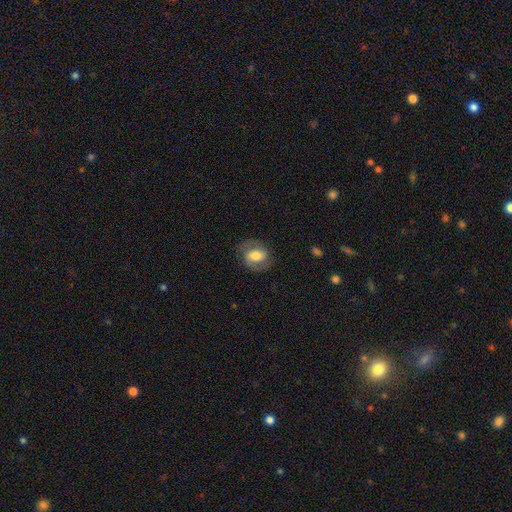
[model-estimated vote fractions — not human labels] A featured or disk galaxy (53%) with a weak bar (39%), spiral arms (78%) and a moderate central bulge (53%). Merging: none (76%).